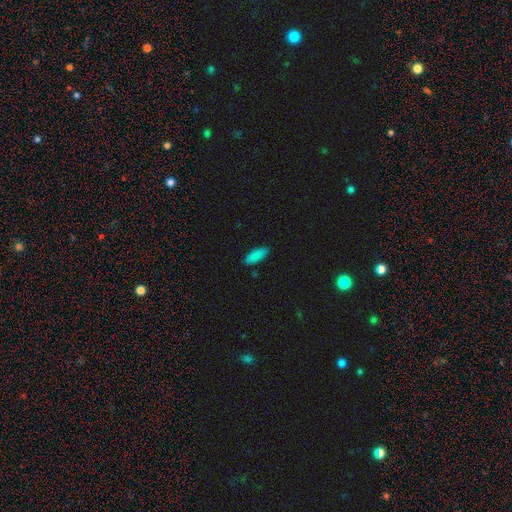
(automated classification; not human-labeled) Morphology: type=smooth (88%); roundness=in between (75%); merging=none (88%).